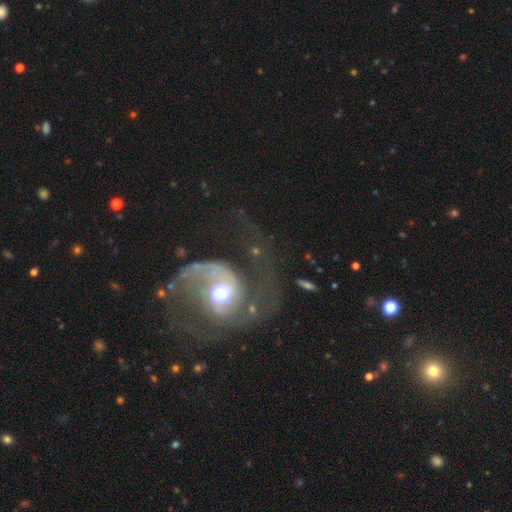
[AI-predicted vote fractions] A featured or disk galaxy (87%) with no bar (50%), 2 (77%) medium (50%) spiral arms (95%) and a moderate central bulge (63%). Merging: none (53%).